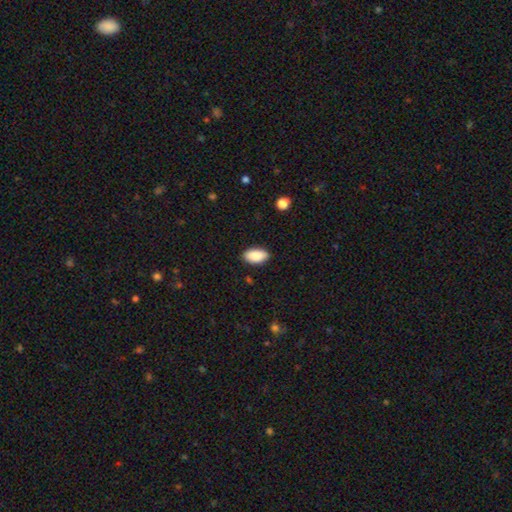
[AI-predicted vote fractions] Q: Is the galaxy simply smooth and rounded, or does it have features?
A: smooth — 90%.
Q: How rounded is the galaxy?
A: in between — 94%.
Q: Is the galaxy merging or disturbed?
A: none — 87%.